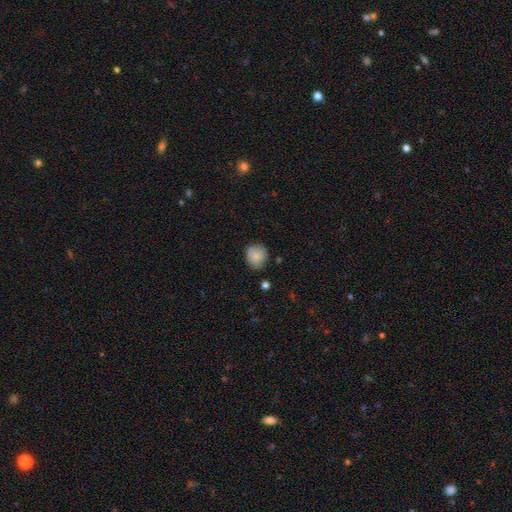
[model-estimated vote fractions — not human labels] A smooth galaxy with no disk features (84%) that is round (85%).

Vote fractions:
- Smooth or featured? smooth: 84% / star or artifact: 8% / featured or disk: 8%
- How rounded? round: 85% / in between: 14% / cigar-shaped: 1%
- Merging? none: 76% / minor disturbance: 18% / major disturbance: 3% / merger: 2%